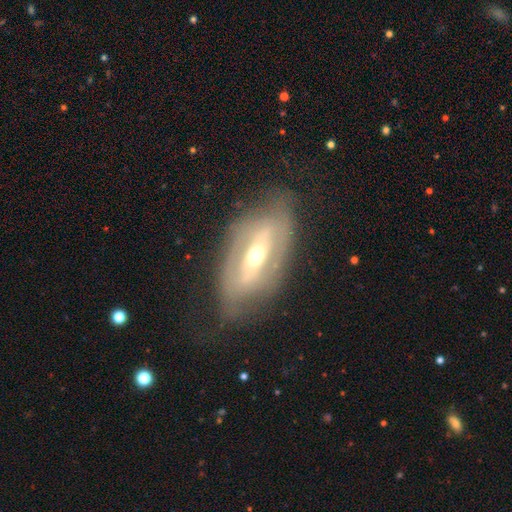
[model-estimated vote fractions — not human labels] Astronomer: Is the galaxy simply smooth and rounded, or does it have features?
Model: featured or disk — 73%.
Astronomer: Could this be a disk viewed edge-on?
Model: no — 85%.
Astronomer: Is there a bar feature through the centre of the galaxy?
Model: strong — 46% (runner-up: weak, 28%).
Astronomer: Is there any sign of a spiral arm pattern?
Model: no — 51% (runner-up: yes, 49%).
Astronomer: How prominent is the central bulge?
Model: moderate — 58% (runner-up: small, 35%).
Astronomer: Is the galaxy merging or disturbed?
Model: none — 60%.